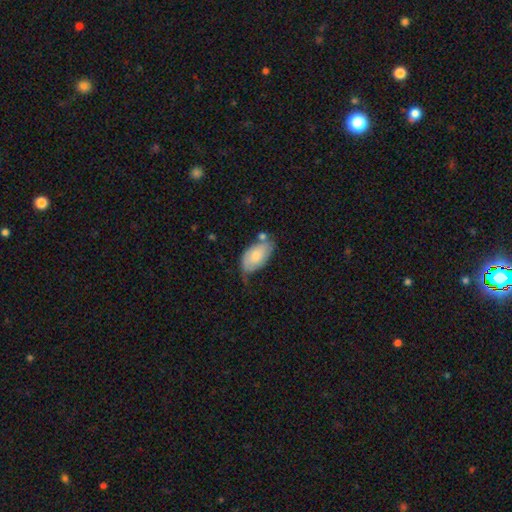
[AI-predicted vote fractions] A smooth galaxy with no disk features (67%) that is in between round and cigar-shaped (94%).

Vote fractions:
- Smooth or featured? smooth: 67% / featured or disk: 27% / star or artifact: 6%
- How rounded? in between: 94% / round: 4% / cigar-shaped: 2%
- Merging? none: 41% / minor disturbance: 35% / major disturbance: 12% / merger: 12%